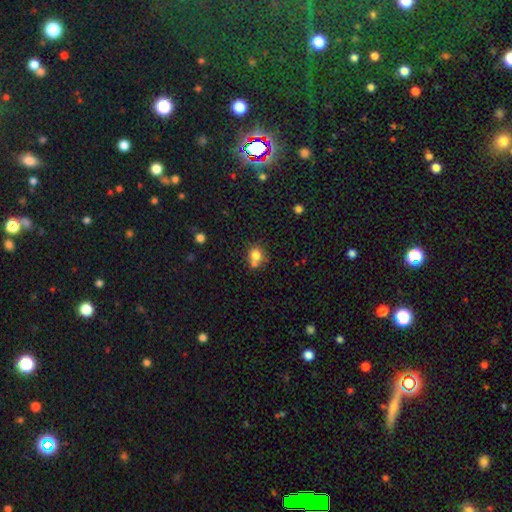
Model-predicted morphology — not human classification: This is likely a smooth galaxy (78%). How rounded: clearly round (80%). Merging: possibly none (49%).